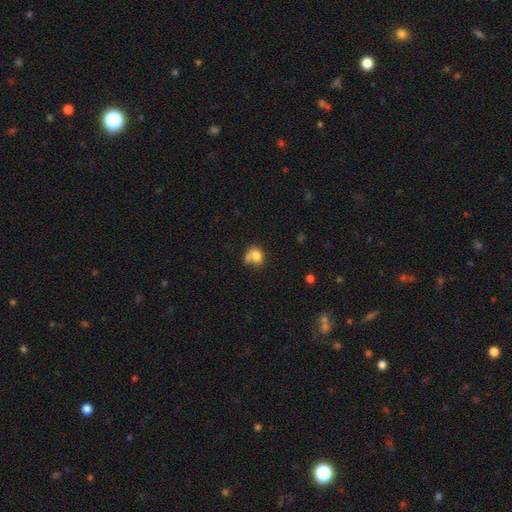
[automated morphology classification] smooth 75%, featured or disk 15%, star or artifact 10%. Down the decision tree: how rounded — round (52%); merging — merger (37%).